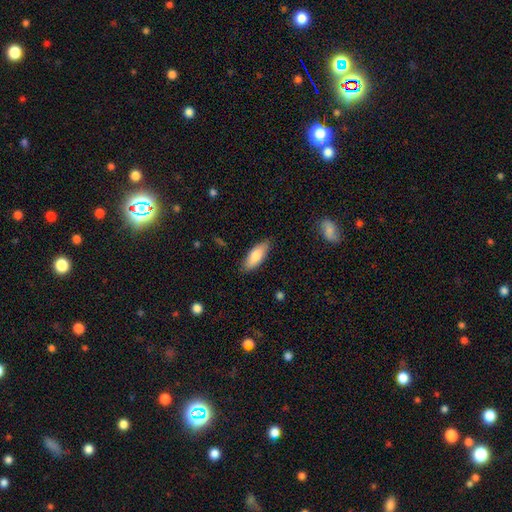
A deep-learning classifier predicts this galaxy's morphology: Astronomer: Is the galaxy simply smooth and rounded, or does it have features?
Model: smooth — 81%.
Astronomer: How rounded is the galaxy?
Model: in between — 74%.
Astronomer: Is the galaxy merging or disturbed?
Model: none — 84%.